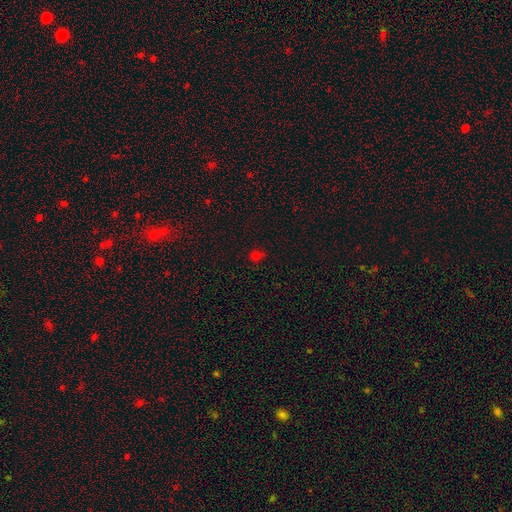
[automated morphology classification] Smooth or featured?
  - smooth: 63% *
  - star or artifact: 31%
  - featured or disk: 6%
How rounded?
  - round: 82% *
  - in between: 17%
  - cigar-shaped: 1%
Merging?
  - none: 74% *
  - minor disturbance: 16%
  - major disturbance: 5%
  - merger: 5%